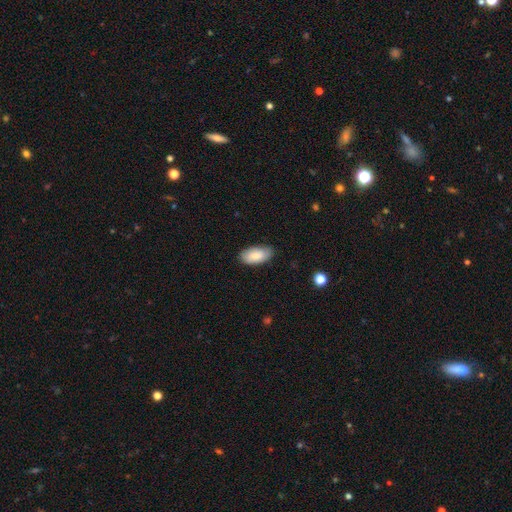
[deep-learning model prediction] The model was most divided on "merging": none: 79%, minor disturbance: 17%, major disturbance: 3%, merger: 1%. More confident: how rounded — in between (94%); smooth or featured — smooth (82%).